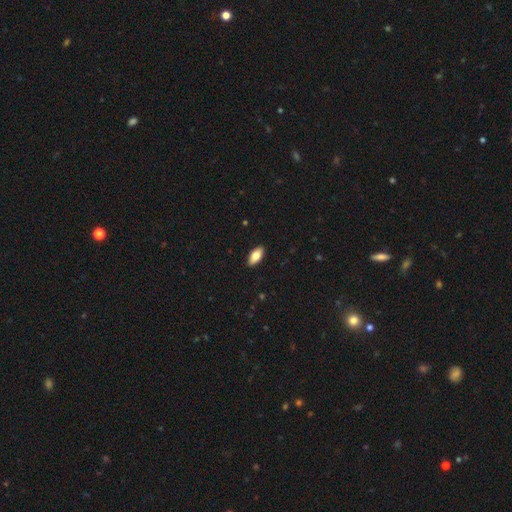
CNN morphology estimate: A smooth galaxy with no disk features (78%) that is in between round and cigar-shaped (89%). Merging: none (90%).